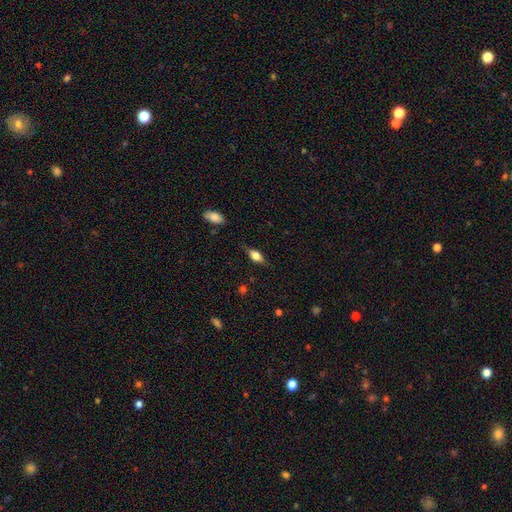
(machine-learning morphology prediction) smooth 57%, featured or disk 34%, star or artifact 9%. Down the decision tree: how rounded — in between (75%); merging — none (77%).